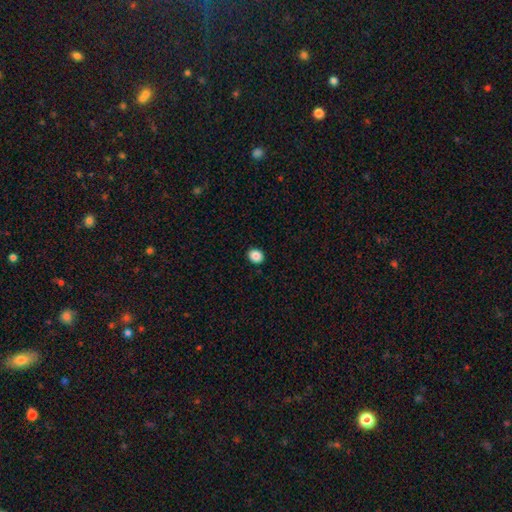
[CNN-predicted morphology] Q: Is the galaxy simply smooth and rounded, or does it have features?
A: smooth — 87%.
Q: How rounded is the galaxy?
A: round — 63%.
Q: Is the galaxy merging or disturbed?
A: none — 91%.